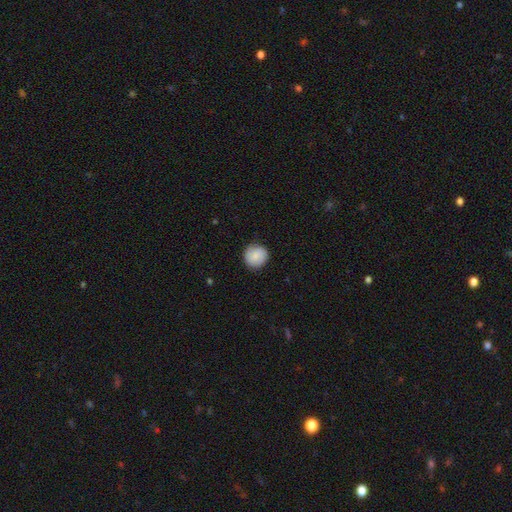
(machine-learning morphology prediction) Smooth or featured? Predicted: smooth (p=0.82). How rounded? Predicted: round (p=0.92). Merging? Predicted: none (p=0.86).